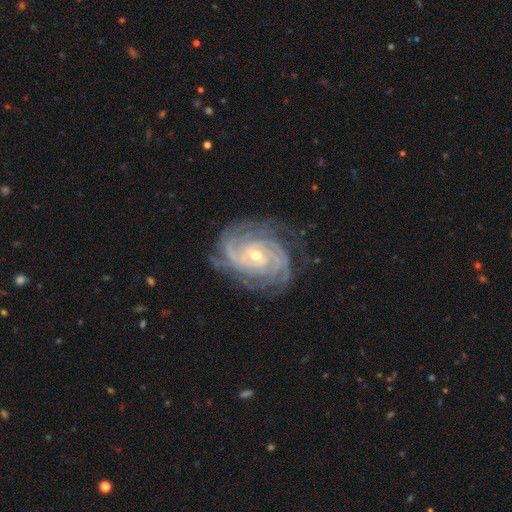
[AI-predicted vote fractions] A featured or disk galaxy (93%) with no bar (47%), 4 (30%) tight (82%) spiral arms (99%) and a small central bulge (52%). Merging: none (77%).